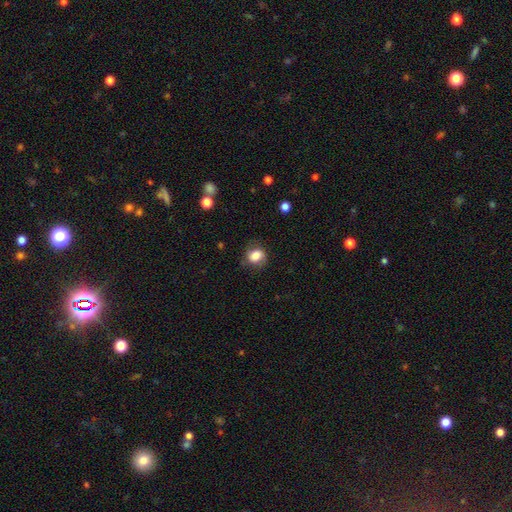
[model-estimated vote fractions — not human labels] A smooth galaxy with no disk features (74%) that is round (59%).

Vote fractions:
- Smooth or featured? smooth: 74% / featured or disk: 17% / star or artifact: 9%
- How rounded? round: 59% / in between: 39% / cigar-shaped: 1%
- Merging? none: 71% / minor disturbance: 20% / major disturbance: 8% / merger: 1%